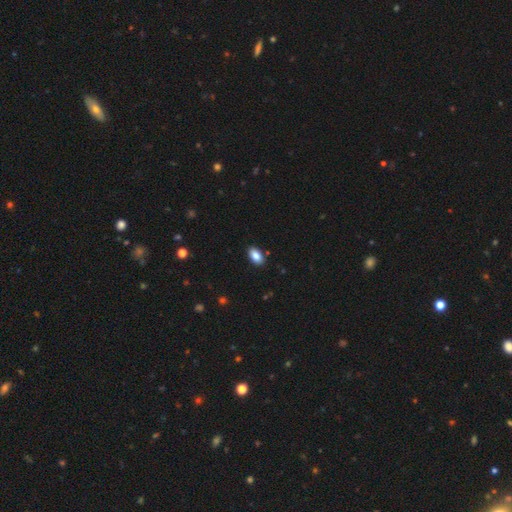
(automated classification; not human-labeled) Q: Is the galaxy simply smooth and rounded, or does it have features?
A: smooth — 86%.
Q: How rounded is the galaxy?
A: in between — 93%.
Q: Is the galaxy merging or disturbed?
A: none — 88%.